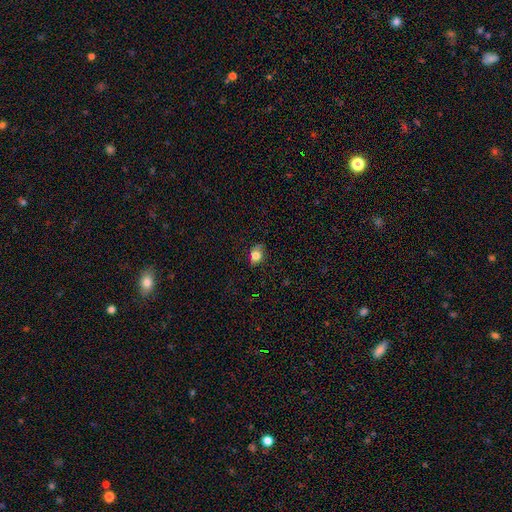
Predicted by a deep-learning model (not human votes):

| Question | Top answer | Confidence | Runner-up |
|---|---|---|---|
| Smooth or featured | smooth | 79% | star or artifact (11%) |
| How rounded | in between | 62% | round (37%) |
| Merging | none | 73% | minor disturbance (21%) |